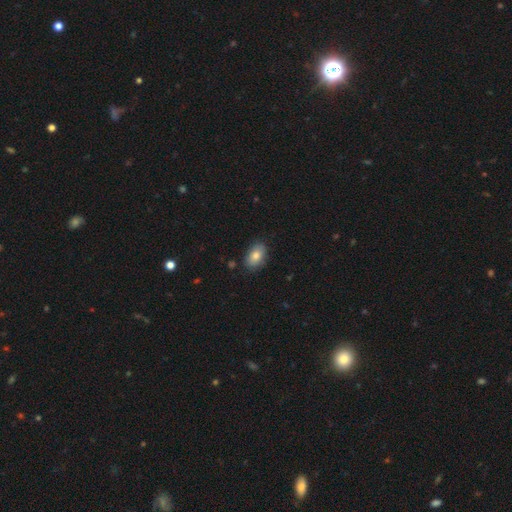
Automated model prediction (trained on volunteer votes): smooth 82%, featured or disk 11%, star or artifact 7%. Down the decision tree: how rounded — in between (90%); merging — none (83%).